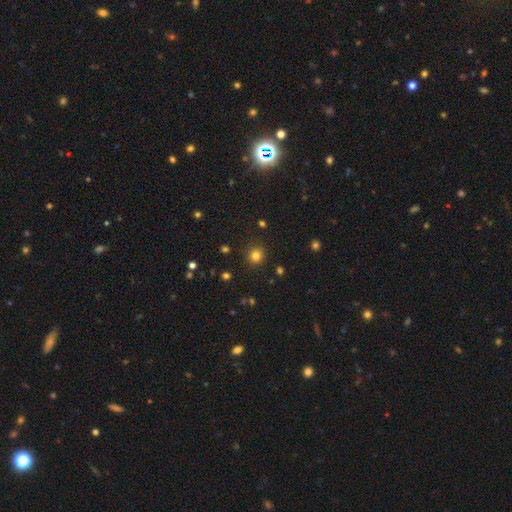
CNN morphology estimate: This appears to be a smooth galaxy with no disk features (80%) that is round (90%). Merging: none (89%).